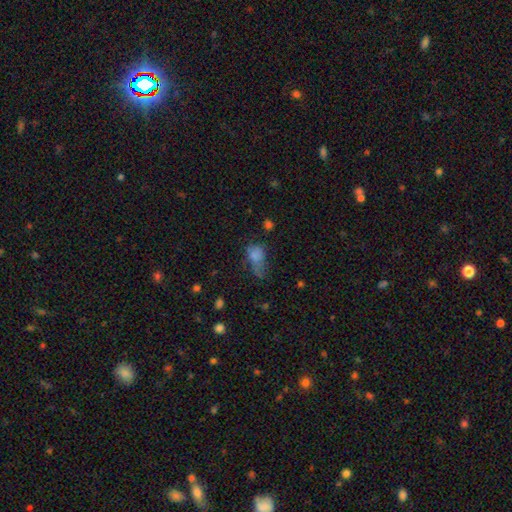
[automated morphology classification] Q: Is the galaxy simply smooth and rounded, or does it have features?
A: smooth — 70%.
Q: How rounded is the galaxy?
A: in between — 74%.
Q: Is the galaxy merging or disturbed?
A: major disturbance — 43%.